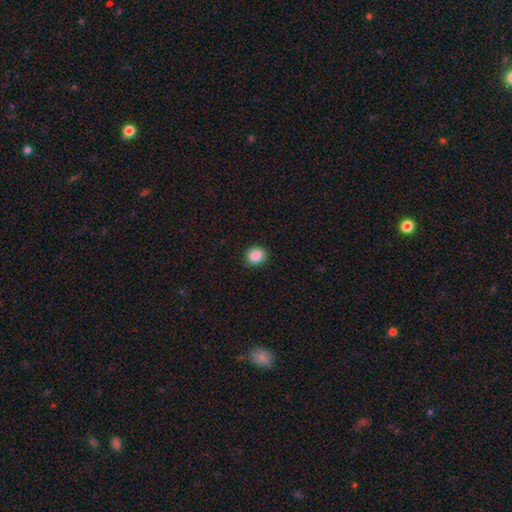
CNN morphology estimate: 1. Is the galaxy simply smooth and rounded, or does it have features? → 88% smooth, 9% star or artifact, 3% featured or disk.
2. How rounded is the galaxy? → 79% round, 21% in between, 1% cigar-shaped.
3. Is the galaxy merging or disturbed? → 89% none, 7% minor disturbance, 2% major disturbance, 1% merger.